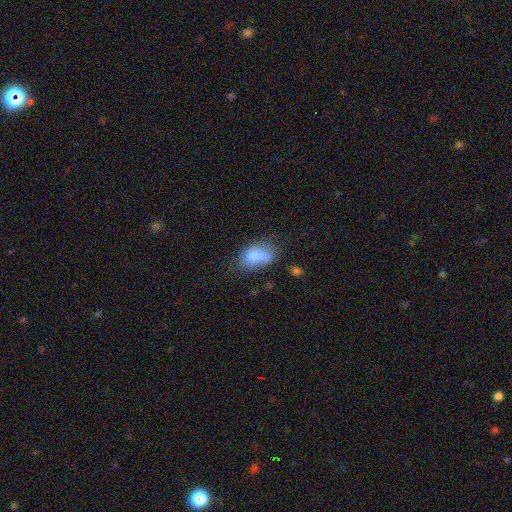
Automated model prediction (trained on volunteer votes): Morphology: type=smooth (78%); roundness=in between (88%); merging=none (41%).